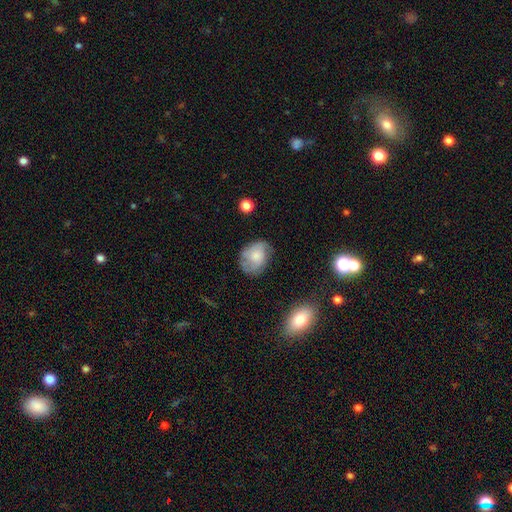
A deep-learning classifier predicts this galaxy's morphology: smooth_or_featured: smooth (p=0.56) [alt: featured or disk p=0.36]
how_rounded: in between (p=0.60) [alt: round p=0.39]
merging: none (p=0.62) [alt: minor disturbance p=0.27]